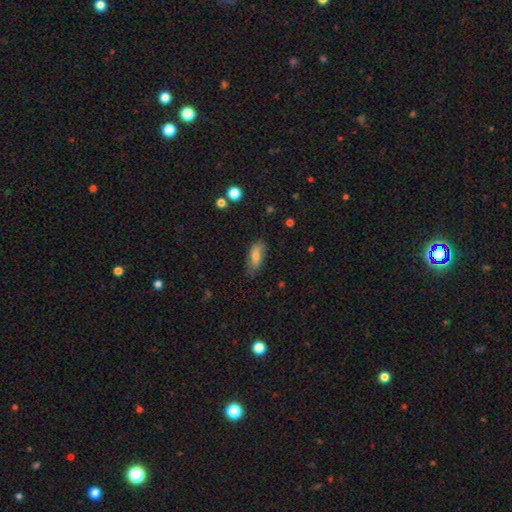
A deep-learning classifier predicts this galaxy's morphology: Smooth or featured: smooth — 72% (featured or disk — 19%)
How rounded: in between — 78% (cigar-shaped — 19%)
Merging: none — 71% (minor disturbance — 22%)